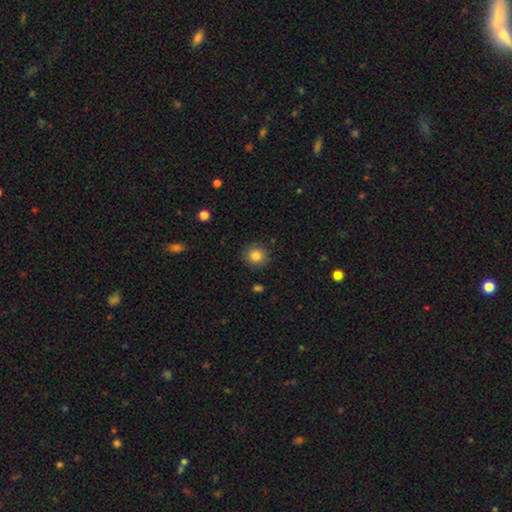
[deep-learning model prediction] This appears to be a smooth galaxy with no disk features (84%) that is round (91%). Merging: none (89%).